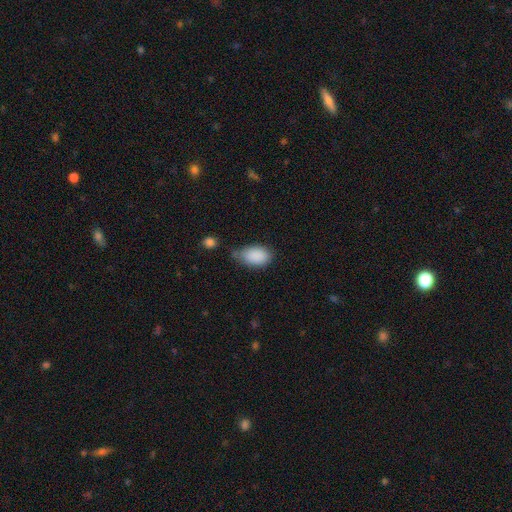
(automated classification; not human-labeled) This appears to be a smooth galaxy with no disk features (88%) that is in between round and cigar-shaped (92%). Merging: none (51%).